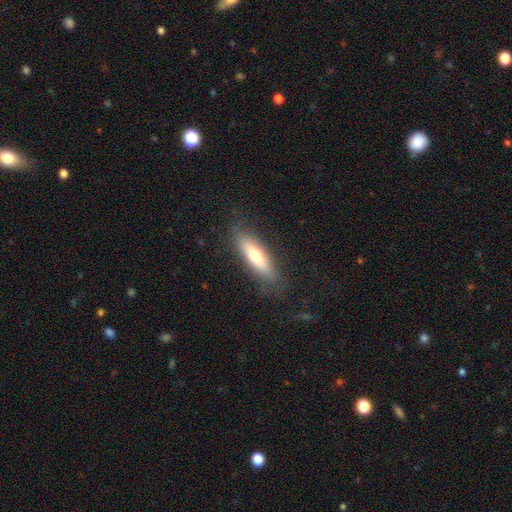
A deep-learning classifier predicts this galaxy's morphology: Smooth or featured: smooth — 60% (featured or disk — 34%)
How rounded: cigar-shaped — 55% (in between — 43%)
Merging: none — 82% (minor disturbance — 13%)